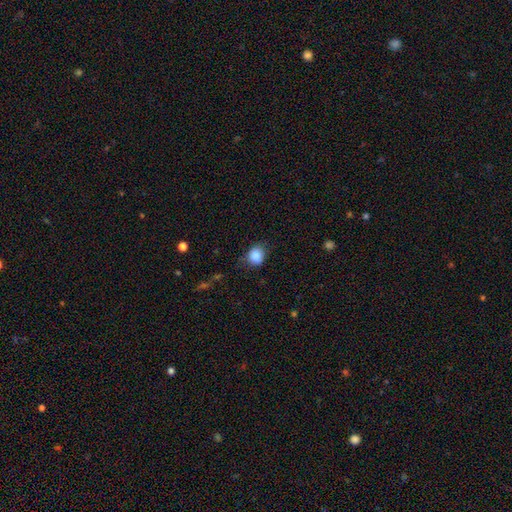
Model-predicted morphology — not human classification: A smooth galaxy with no disk features (87%) that is round (64%).

Vote fractions:
- Smooth or featured? smooth: 87% / star or artifact: 8% / featured or disk: 4%
- How rounded? round: 64% / in between: 35% / cigar-shaped: 1%
- Merging? none: 68% / minor disturbance: 24% / major disturbance: 6% / merger: 1%